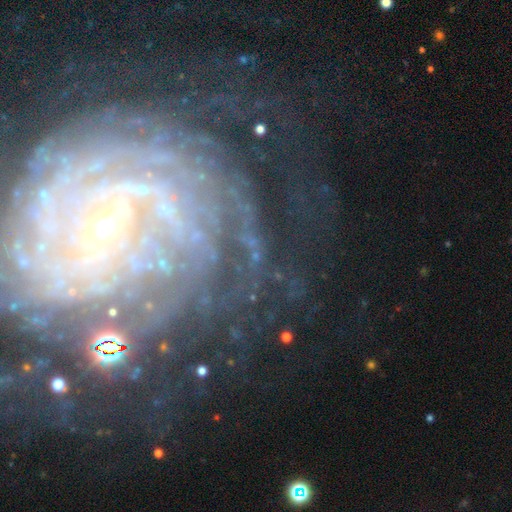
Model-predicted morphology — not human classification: Smooth or featured? featured or disk (75%)
Edge-on disk? no (96%)
Bar? no (51%)
Spiral arms? yes (87%)
Spiral winding? tight (71%)
Spiral arm count? can't tell (31%)
Bulge size? small (75%)
Merging? none (65%)